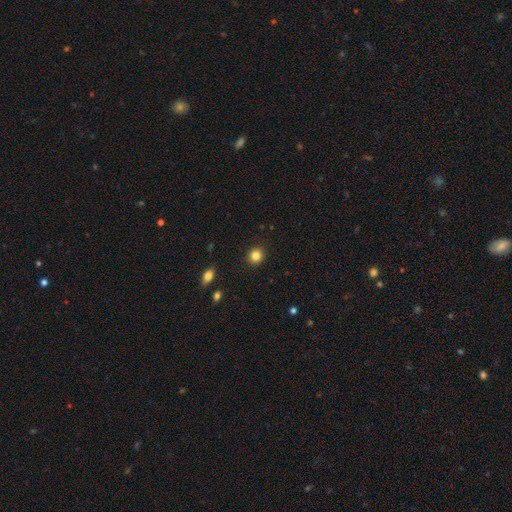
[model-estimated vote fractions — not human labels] Q: Smooth or featured?
A: smooth (84%); runner-up: star or artifact (11%)
Q: How rounded?
A: round (87%); runner-up: in between (12%)
Q: Merging?
A: none (91%); runner-up: minor disturbance (6%)